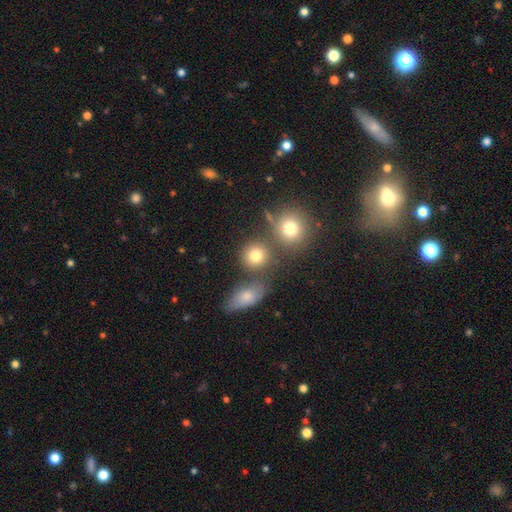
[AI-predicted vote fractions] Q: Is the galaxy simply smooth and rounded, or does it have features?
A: smooth — 78%.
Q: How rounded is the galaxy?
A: round — 87%.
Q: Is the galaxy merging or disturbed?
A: none — 69%.